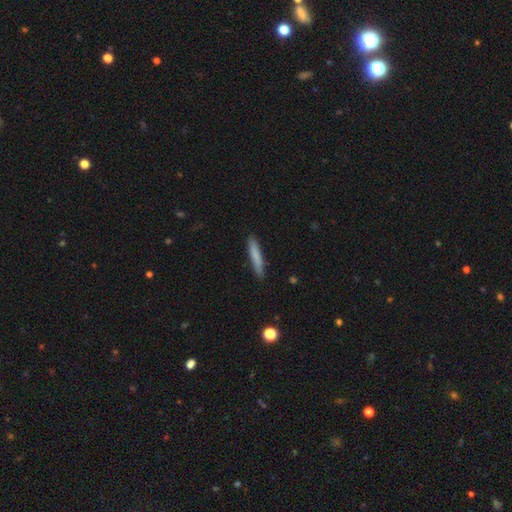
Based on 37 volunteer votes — Smooth or featured? 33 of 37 (89%) said smooth. How rounded? 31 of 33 (94%) said cigar-shaped. Merging? 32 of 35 (91%) said none.